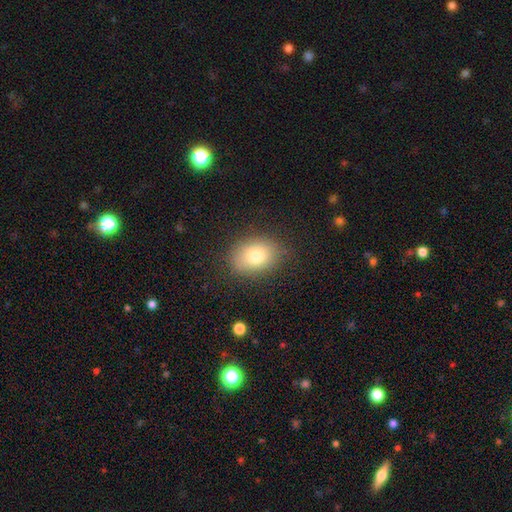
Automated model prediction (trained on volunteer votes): This is likely a smooth galaxy (77%). How rounded: likely in between (66%). Merging: clearly none (84%).